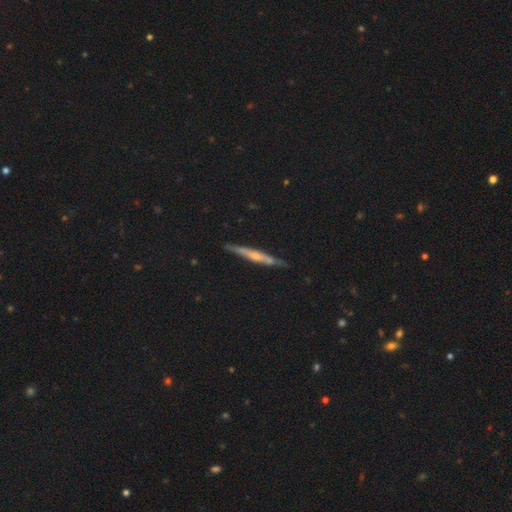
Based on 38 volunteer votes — Overall: featured or disk (63%; smooth 32%). Edge-on disk: yes (92%). Edge-on bulge: rounded (68%). Merging: none (81%).